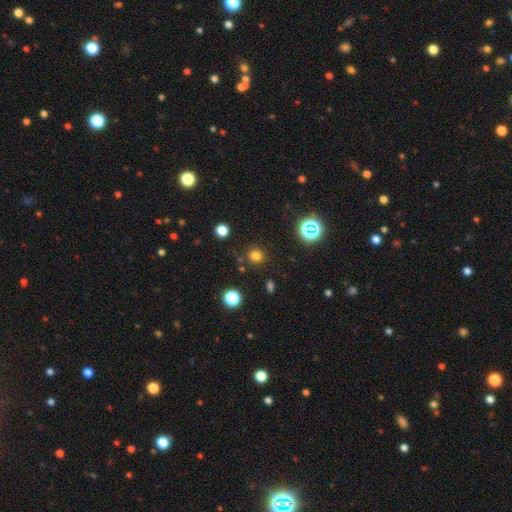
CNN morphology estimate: The model was most divided on "smooth or featured": smooth: 74%, star or artifact: 20%, featured or disk: 6%. More confident: how rounded — round (91%); merging — none (85%).